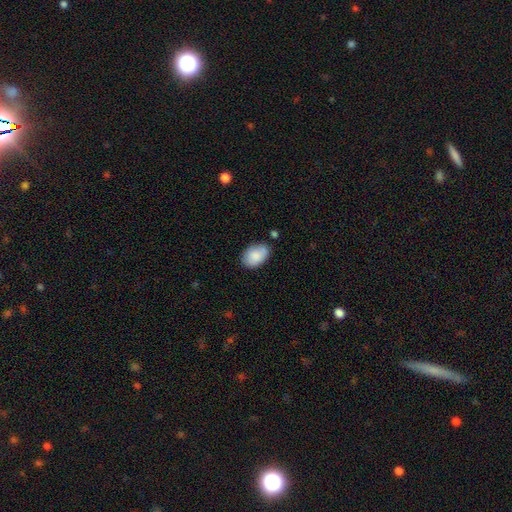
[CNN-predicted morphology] A smooth galaxy with no disk features (86%) that is in between round and cigar-shaped (87%).

Vote fractions:
- Smooth or featured? smooth: 86% / featured or disk: 8% / star or artifact: 6%
- How rounded? in between: 87% / round: 12% / cigar-shaped: 1%
- Merging? none: 72% / minor disturbance: 20% / merger: 4% / major disturbance: 4%